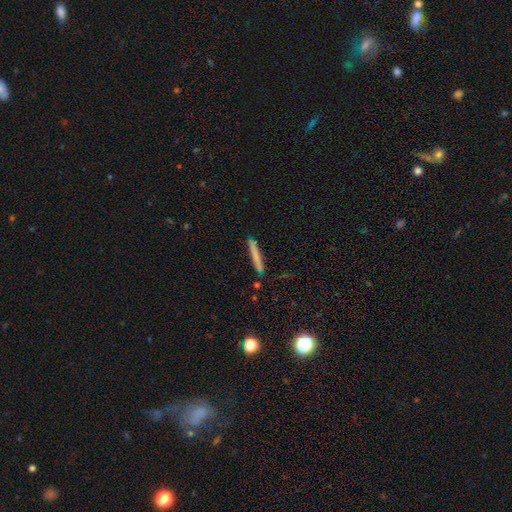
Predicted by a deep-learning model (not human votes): smooth 69%, featured or disk 23%, star or artifact 8%. Down the decision tree: how rounded — cigar-shaped (96%); merging — none (88%).